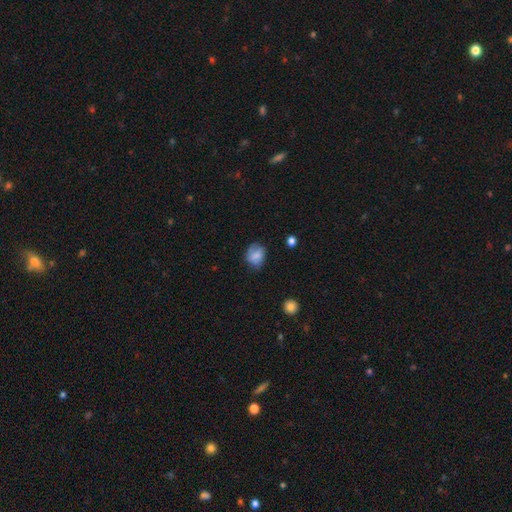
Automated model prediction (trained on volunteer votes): Smooth or featured?
  - smooth: 67% *
  - featured or disk: 23%
  - star or artifact: 9%
How rounded?
  - round: 51% *
  - in between: 48%
  - cigar-shaped: 1%
Merging?
  - none: 58% *
  - minor disturbance: 29%
  - major disturbance: 11%
  - merger: 2%